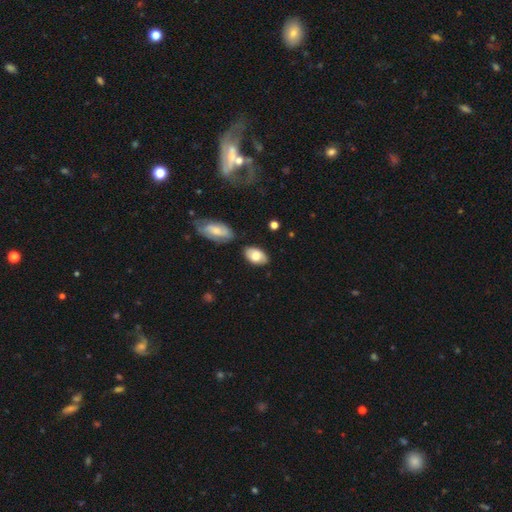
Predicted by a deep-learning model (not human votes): A smooth galaxy with no disk features (73%) that is in between round and cigar-shaped (93%). Merging: none (74%).